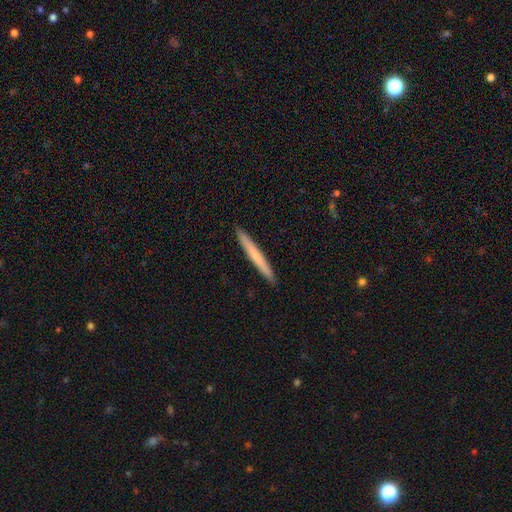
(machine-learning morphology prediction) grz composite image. It shows a smooth galaxy with no disk features (63%) that is cigar-shaped (97%). Merging: none (93%).